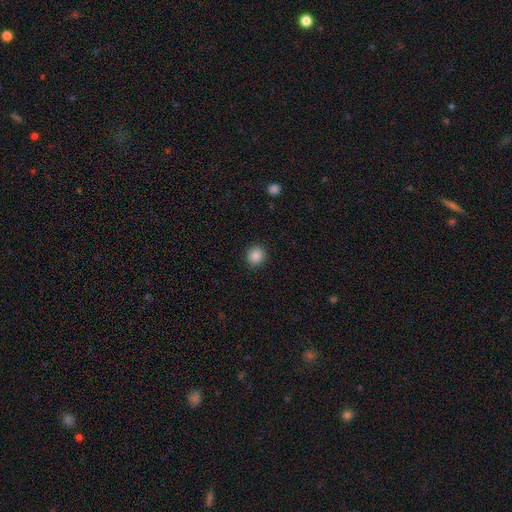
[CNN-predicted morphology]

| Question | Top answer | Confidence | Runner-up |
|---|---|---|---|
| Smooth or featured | smooth | 87% | star or artifact (10%) |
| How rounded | round | 83% | in between (16%) |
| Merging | none | 91% | minor disturbance (6%) |